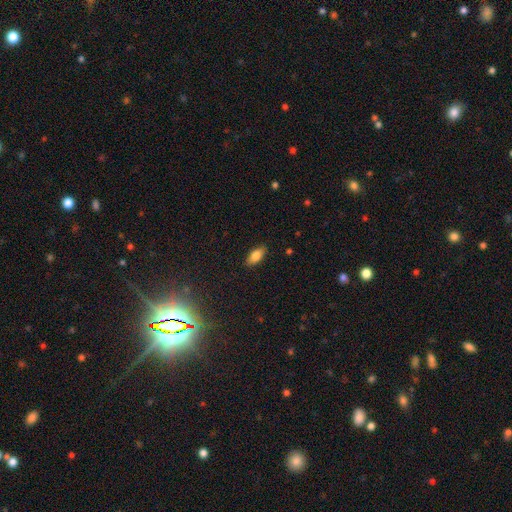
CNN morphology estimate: type=smooth (81%); roundness=in between (85%); merging=none (86%).